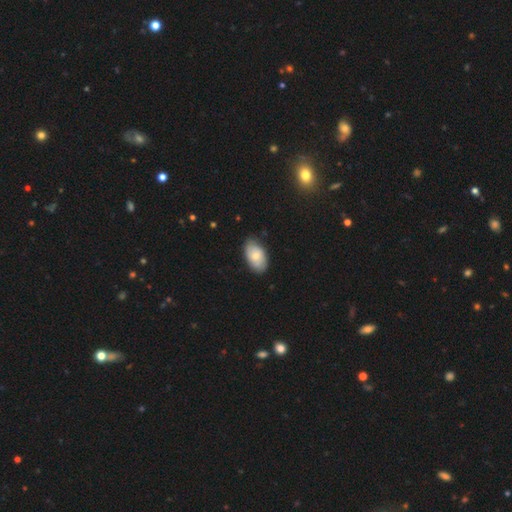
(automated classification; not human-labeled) A smooth galaxy with no disk features (69%) that is in between round and cigar-shaped (94%). Merging: none (79%).